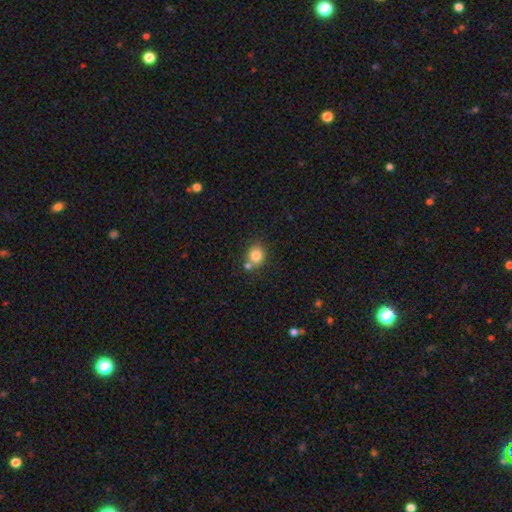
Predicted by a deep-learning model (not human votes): Q: Smooth or featured?
A: smooth (82%); runner-up: star or artifact (11%)
Q: How rounded?
A: round (75%); runner-up: in between (24%)
Q: Merging?
A: none (63%); runner-up: merger (22%)